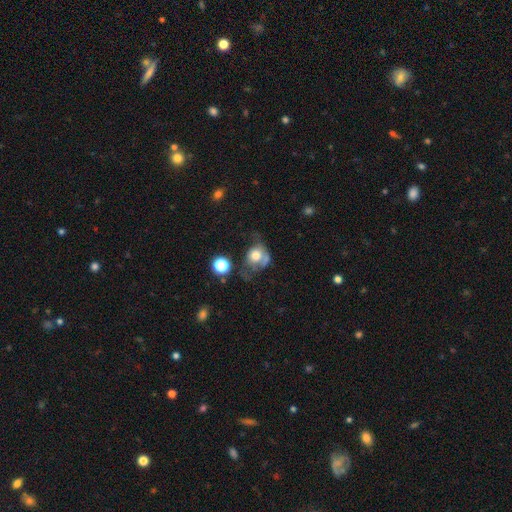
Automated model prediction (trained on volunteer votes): smooth 62%, featured or disk 27%, star or artifact 10%. Down the decision tree: how rounded — round (63%); merging — major disturbance (35%).